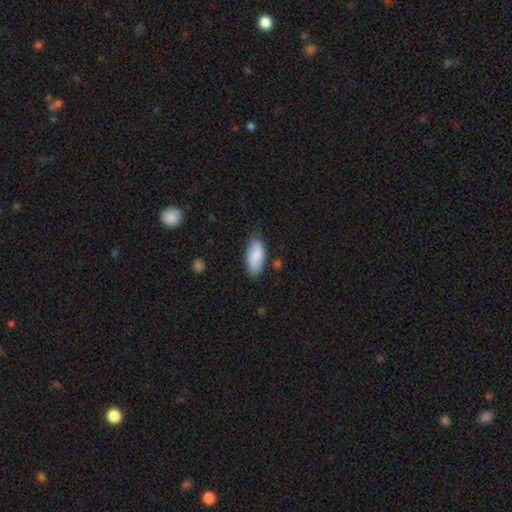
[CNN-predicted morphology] Smooth or featured? Predicted: smooth (p=0.82). How rounded? Predicted: in between (p=0.88). Merging? Predicted: none (p=0.74).